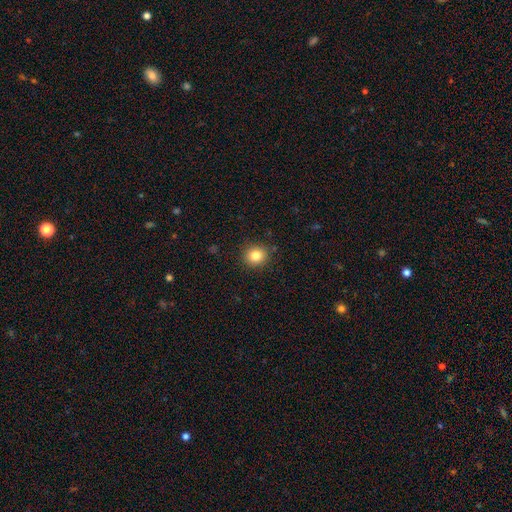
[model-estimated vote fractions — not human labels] This is clearly a smooth galaxy (82%). How rounded: clearly round (86%). Merging: clearly none (90%).